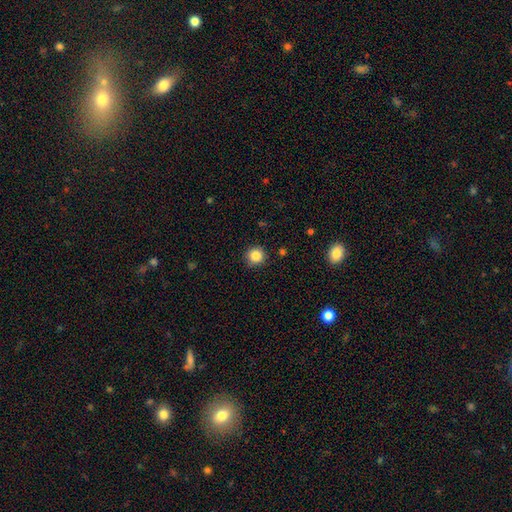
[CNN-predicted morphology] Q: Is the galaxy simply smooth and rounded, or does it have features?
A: smooth — 84%.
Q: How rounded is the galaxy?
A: round — 94%.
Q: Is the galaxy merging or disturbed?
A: none — 90%.